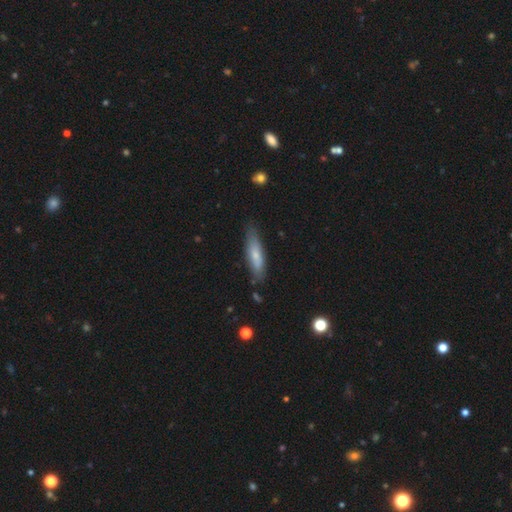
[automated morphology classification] smooth_or_featured: smooth (p=0.67) [alt: featured or disk p=0.27]
how_rounded: cigar-shaped (p=0.70) [alt: in between p=0.28]
merging: none (p=0.77) [alt: minor disturbance p=0.17]